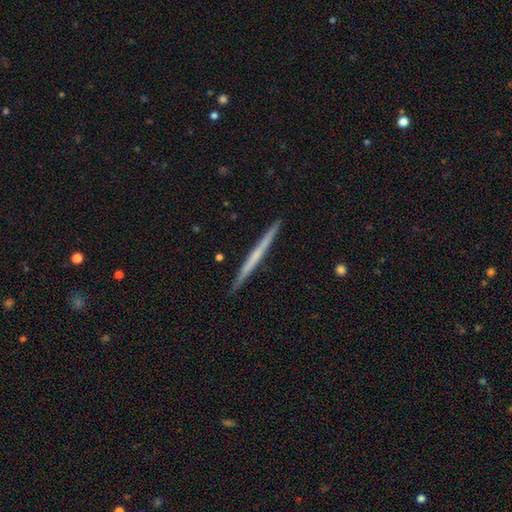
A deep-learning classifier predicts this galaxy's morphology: A featured or disk galaxy (54%) viewed edge-on (98%) with no central bulge (88%).

Vote fractions:
- Smooth or featured? featured or disk: 54% / smooth: 41% / star or artifact: 5%
- Edge-on disk? yes: 98% / no: 2%
- Edge-on bulge? none: 88% / rounded: 9% / boxy: 4%
- Merging? none: 92% / minor disturbance: 5% / major disturbance: 1% / merger: 1%